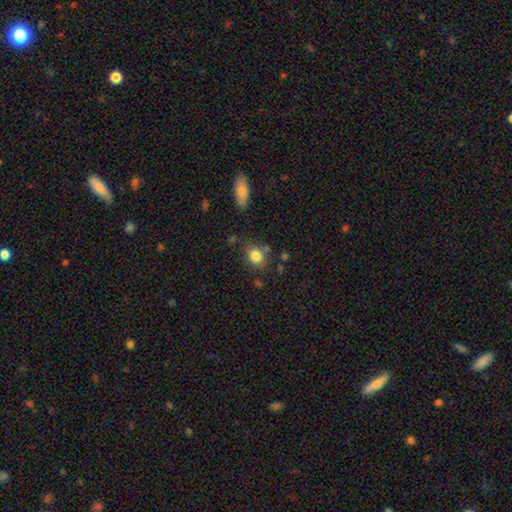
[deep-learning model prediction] smooth 82%, star or artifact 10%, featured or disk 7%. Down the decision tree: how rounded — round (58%); merging — none (76%).